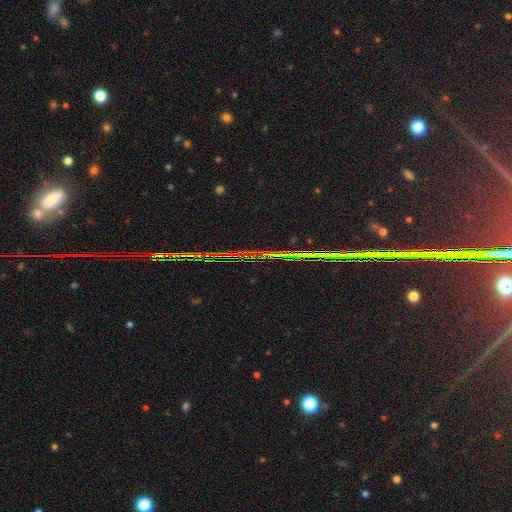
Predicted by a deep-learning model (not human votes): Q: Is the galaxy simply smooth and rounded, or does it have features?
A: star or artifact — 84%.